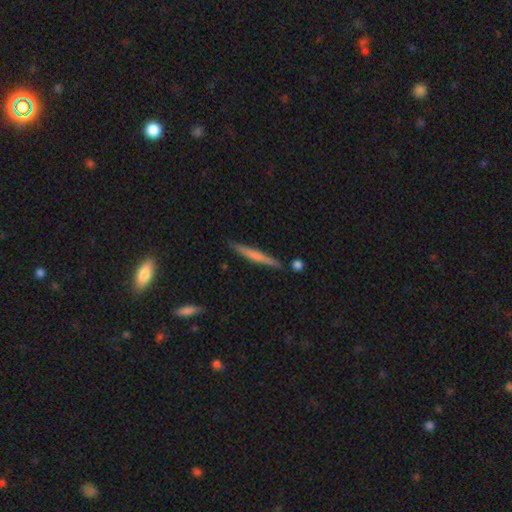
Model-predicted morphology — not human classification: A smooth galaxy with no disk features (53%) that is cigar-shaped (95%).

Vote fractions:
- Smooth or featured? smooth: 53% / featured or disk: 41% / star or artifact: 6%
- How rounded? cigar-shaped: 95% / in between: 3% / round: 2%
- Merging? none: 86% / minor disturbance: 9% / merger: 3% / major disturbance: 2%